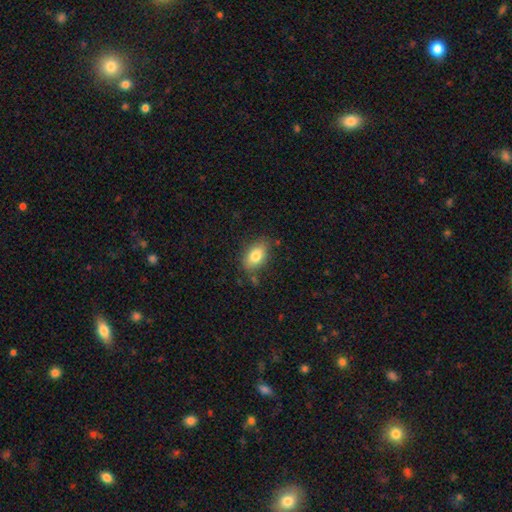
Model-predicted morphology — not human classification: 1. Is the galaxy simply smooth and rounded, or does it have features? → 81% smooth, 11% featured or disk, 8% star or artifact.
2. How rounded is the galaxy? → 88% in between, 10% round, 2% cigar-shaped.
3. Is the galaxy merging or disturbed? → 77% none, 16% minor disturbance, 4% major disturbance, 3% merger.